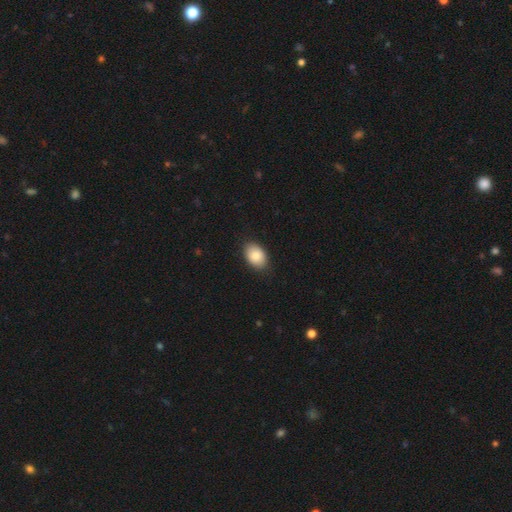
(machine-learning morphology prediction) This appears to be a smooth galaxy with no disk features (84%) that is in between round and cigar-shaped (84%). Merging: none (86%).